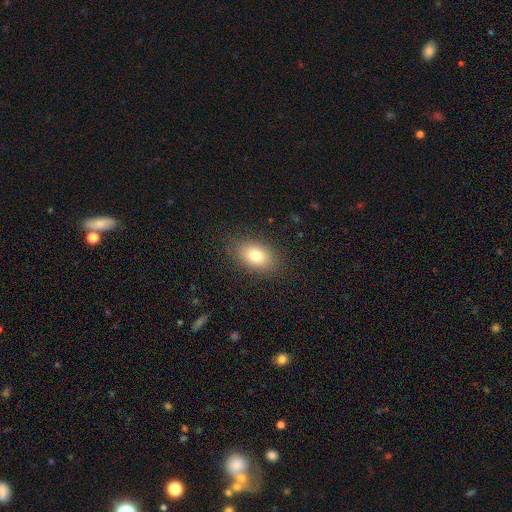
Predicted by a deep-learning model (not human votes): This is likely a smooth galaxy (77%). How rounded: clearly in between (84%). Merging: clearly none (86%).